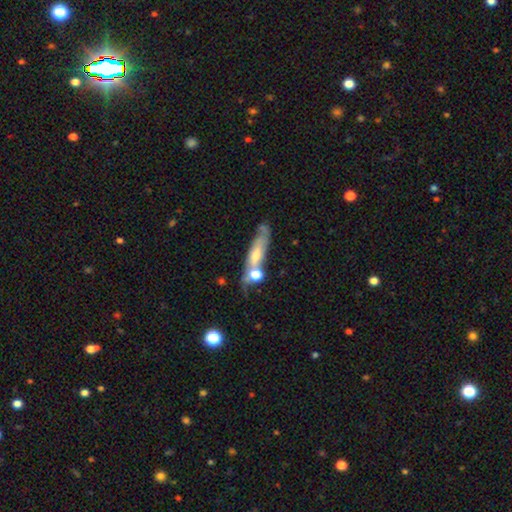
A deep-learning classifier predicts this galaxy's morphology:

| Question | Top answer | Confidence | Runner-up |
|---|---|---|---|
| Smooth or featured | smooth | 48% | featured or disk (43%) |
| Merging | none | 40% | merger (30%) |